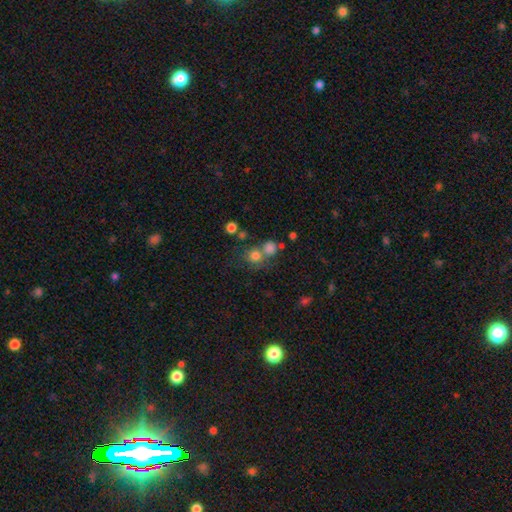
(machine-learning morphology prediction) smooth-or-featured: smooth: 76% | star or artifact: 14% | featured or disk: 10%
  how-rounded: round: 85% | in between: 14% | cigar-shaped: 1%
  merging: none: 53% | merger: 33% | minor disturbance: 9% | major disturbance: 5%